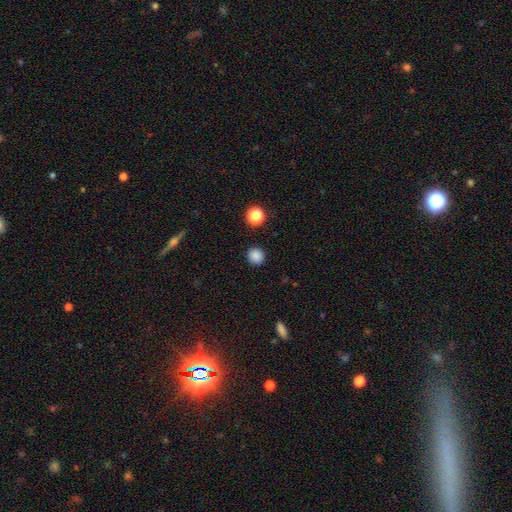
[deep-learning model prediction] Smooth or featured?
  - smooth: 85% *
  - star or artifact: 12%
  - featured or disk: 3%
How rounded?
  - round: 90% *
  - in between: 9%
  - cigar-shaped: 1%
Merging?
  - none: 90% *
  - minor disturbance: 6%
  - major disturbance: 2%
  - merger: 2%